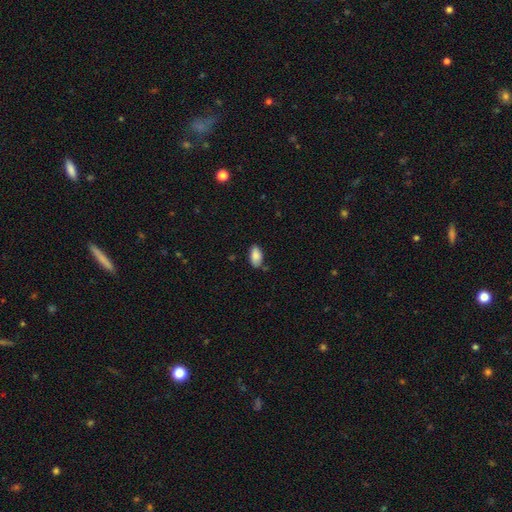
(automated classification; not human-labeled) A smooth galaxy with no disk features (86%) that is in between round and cigar-shaped (93%).

Vote fractions:
- Smooth or featured? smooth: 86% / star or artifact: 7% / featured or disk: 7%
- How rounded? in between: 93% / cigar-shaped: 4% / round: 3%
- Merging? none: 75% / minor disturbance: 18% / merger: 4% / major disturbance: 3%